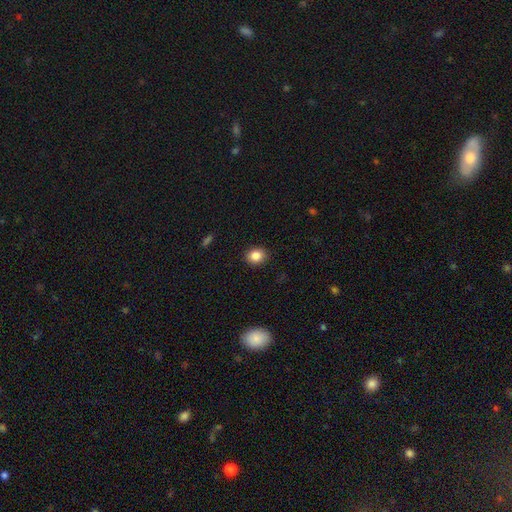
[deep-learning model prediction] The model was most divided on "how rounded": round: 64%, in between: 35%, cigar-shaped: 1%. More confident: merging — none (90%); smooth or featured — smooth (85%).